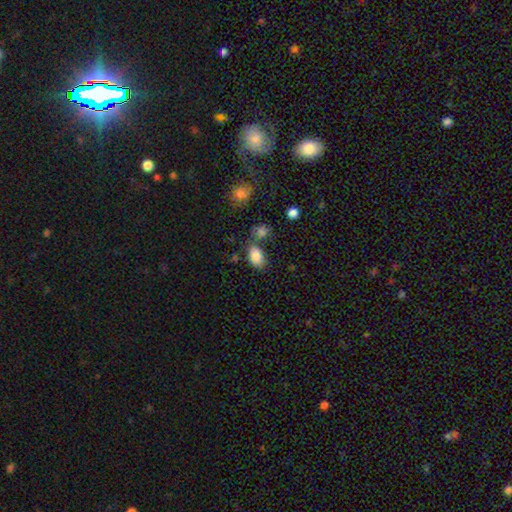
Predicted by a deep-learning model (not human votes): Smooth or featured? Predicted: smooth (p=0.84). How rounded? Predicted: in between (p=0.89). Merging? Predicted: none (p=0.65).